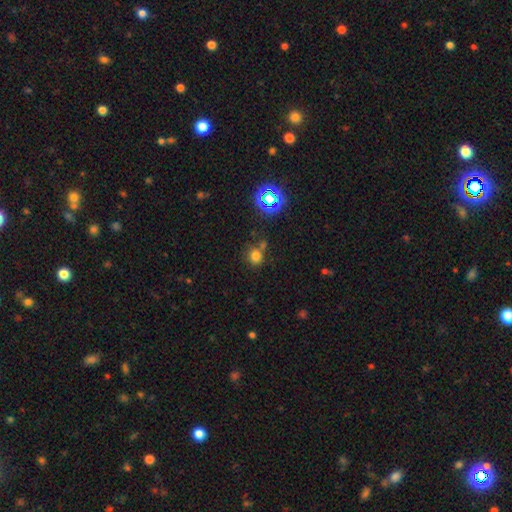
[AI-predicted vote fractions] The model was most divided on "merging": none: 66%, merger: 18%, minor disturbance: 12%, major disturbance: 5%. More confident: how rounded — round (83%); smooth or featured — smooth (72%).